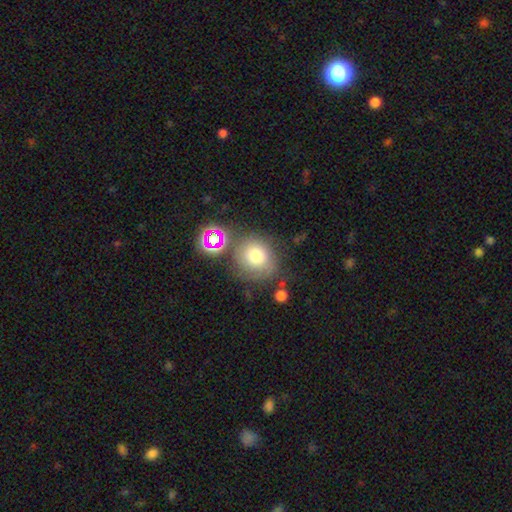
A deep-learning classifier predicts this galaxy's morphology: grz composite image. It shows a smooth galaxy with no disk features (70%) that is round (85%). Merging: none (66%).